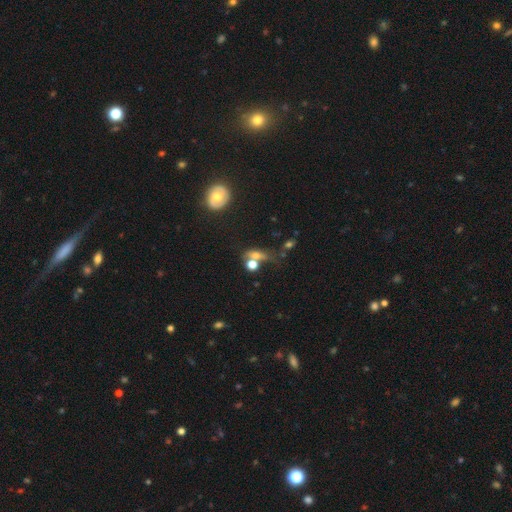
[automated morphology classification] Smooth or featured?
  - smooth: 60% *
  - featured or disk: 23%
  - star or artifact: 17%
How rounded?
  - in between: 52% *
  - round: 36%
  - cigar-shaped: 13%
Merging?
  - none: 42% *
  - merger: 32%
  - minor disturbance: 15%
  - major disturbance: 12%